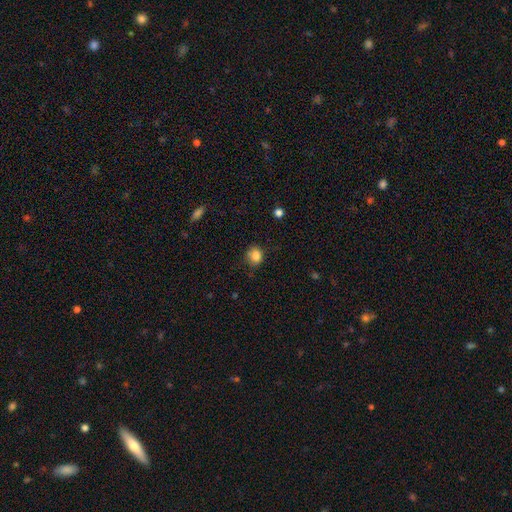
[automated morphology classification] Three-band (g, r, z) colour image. It shows a smooth galaxy with no disk features (84%) that is round (68%). Merging: none (71%).